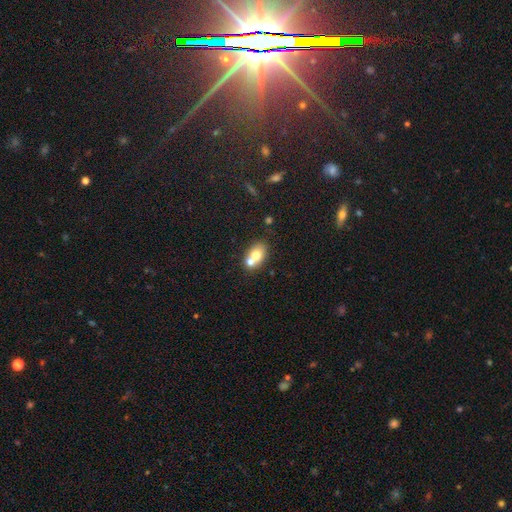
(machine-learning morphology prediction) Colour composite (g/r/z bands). It shows a smooth galaxy with no disk features (70%) that is in between round and cigar-shaped (64%). Merging: merger (49%).